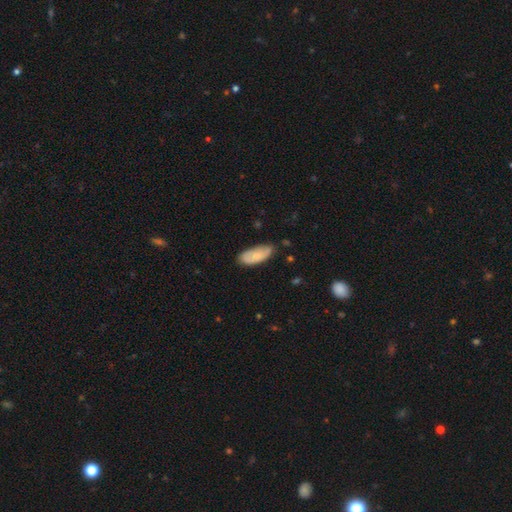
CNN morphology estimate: Smooth or featured? smooth (77%)
How rounded? in between (84%)
Merging? none (69%)